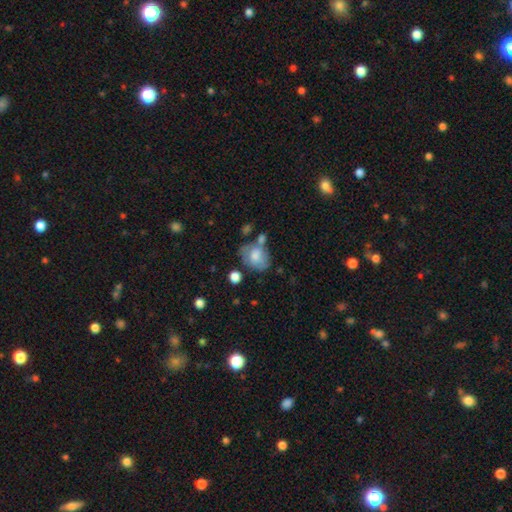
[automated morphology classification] A smooth galaxy with no disk features (68%) that is in between round and cigar-shaped (60%). Merging: none (40%).